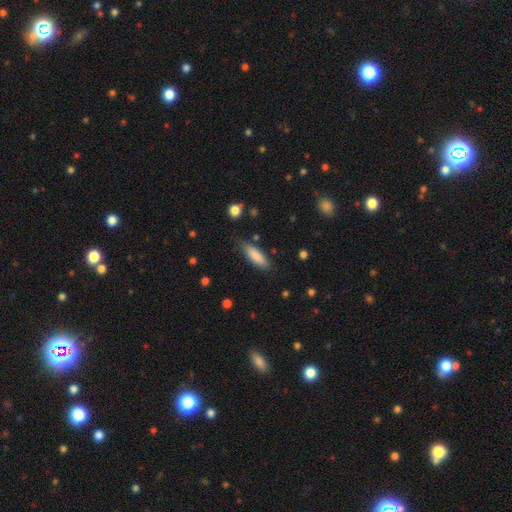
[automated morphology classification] smooth-or-featured: smooth: 84% | featured or disk: 10% | star or artifact: 6%
  how-rounded: cigar-shaped: 50% | in between: 49% | round: 2%
  merging: none: 75% | minor disturbance: 19% | major disturbance: 4% | merger: 2%